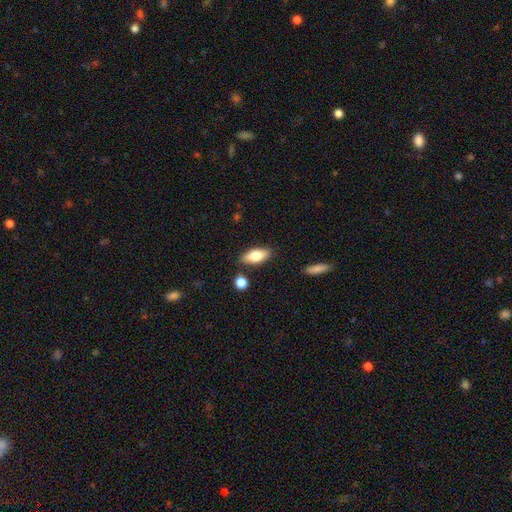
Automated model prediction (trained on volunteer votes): Overall: smooth (77%). How rounded: in between (83%). Merging: none (84%).